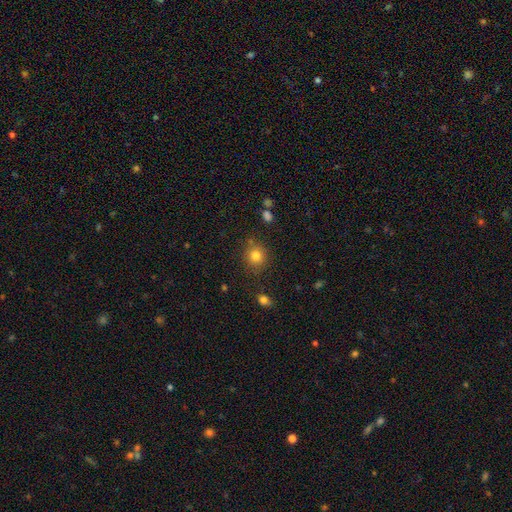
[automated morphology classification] This appears to be a smooth galaxy with no disk features (81%) that is round (87%). Merging: none (85%).